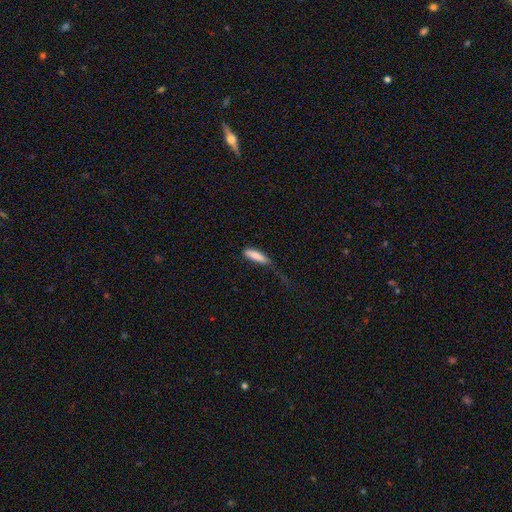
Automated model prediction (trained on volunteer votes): Morphology: type=smooth (83%); roundness=cigar-shaped (68%); merging=none (46%).